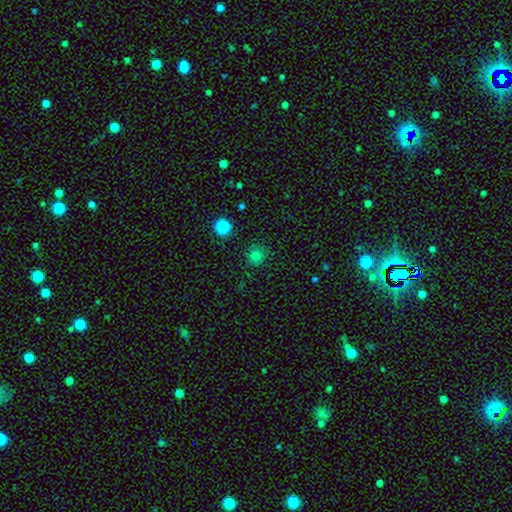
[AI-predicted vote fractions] smooth-or-featured: smooth: 77% | star or artifact: 17% | featured or disk: 6%
  how-rounded: round: 91% | in between: 8% | cigar-shaped: 1%
  merging: none: 87% | minor disturbance: 8% | major disturbance: 2% | merger: 2%